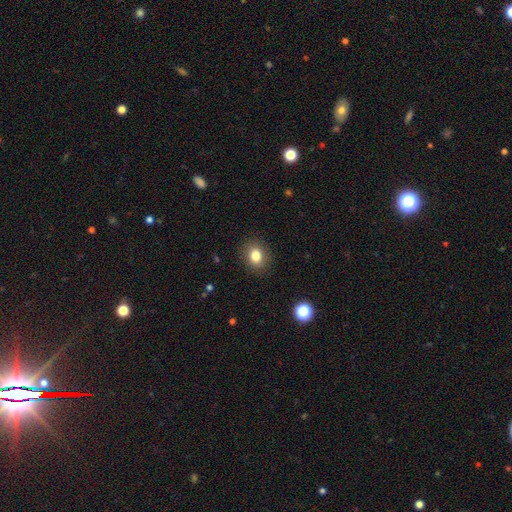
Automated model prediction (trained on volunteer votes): Q: Smooth or featured?
A: smooth (82%); runner-up: star or artifact (10%)
Q: How rounded?
A: round (54%); runner-up: in between (45%)
Q: Merging?
A: none (88%); runner-up: minor disturbance (8%)